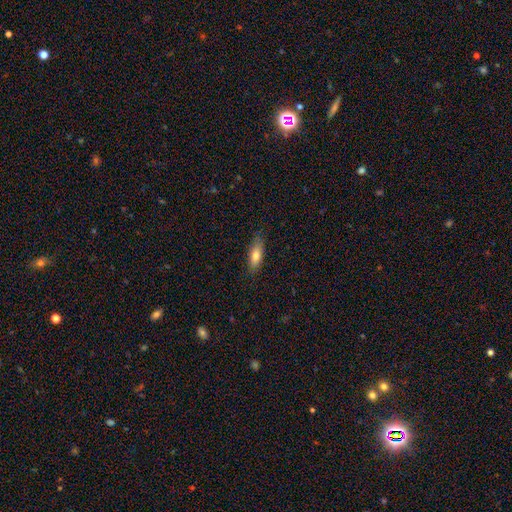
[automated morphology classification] smooth_or_featured: smooth (p=0.74) [alt: featured or disk p=0.19]
how_rounded: in between (p=0.55) [alt: cigar-shaped p=0.43]
merging: none (p=0.83) [alt: minor disturbance p=0.13]